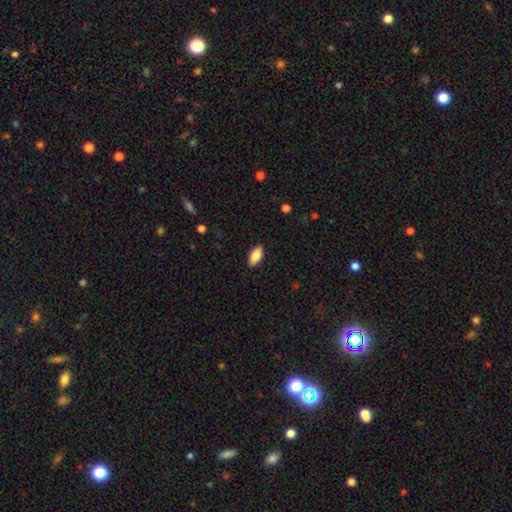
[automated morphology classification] Q: Smooth or featured?
A: smooth (77%); runner-up: featured or disk (17%)
Q: How rounded?
A: in between (88%); runner-up: cigar-shaped (10%)
Q: Merging?
A: none (88%); runner-up: minor disturbance (9%)